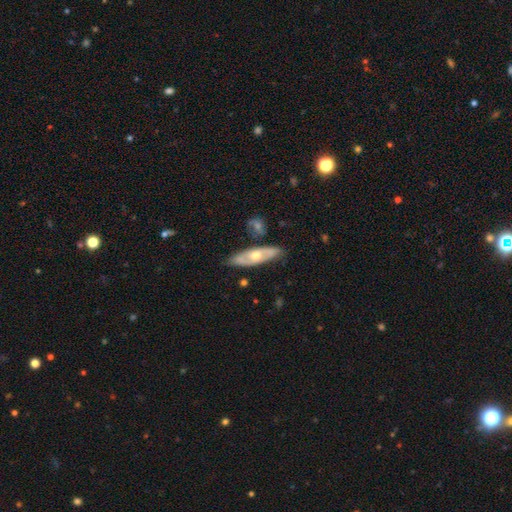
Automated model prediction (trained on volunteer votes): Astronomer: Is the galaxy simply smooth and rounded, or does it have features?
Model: featured or disk — 61%.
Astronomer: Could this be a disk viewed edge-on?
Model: no — 62% (runner-up: yes, 38%).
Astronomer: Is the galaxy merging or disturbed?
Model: none — 79%.